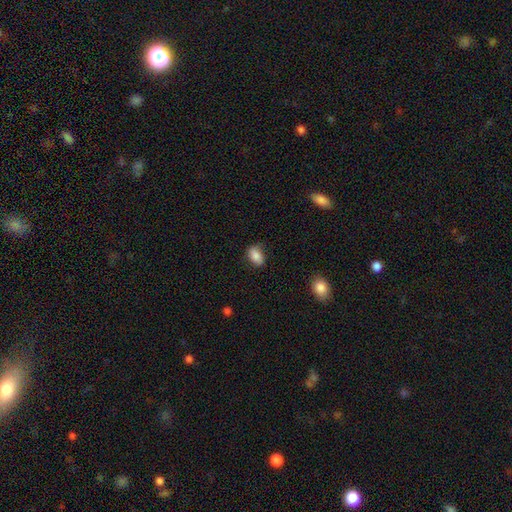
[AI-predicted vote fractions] The model was most divided on "merging": none: 71%, minor disturbance: 23%, major disturbance: 5%, merger: 2%. More confident: how rounded — in between (87%); smooth or featured — smooth (85%).